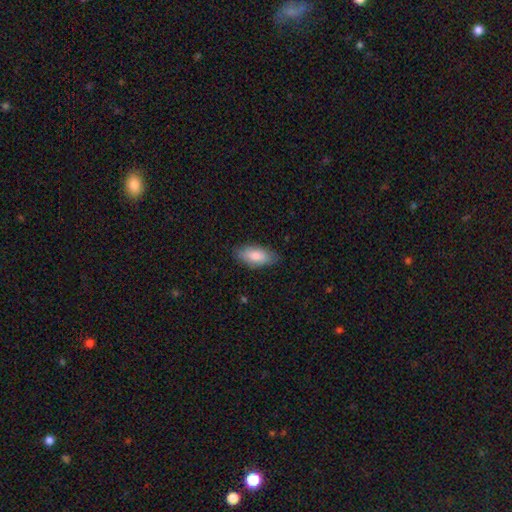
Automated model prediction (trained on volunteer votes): A smooth galaxy with no disk features (83%) that is in between round and cigar-shaped (88%). Merging: none (84%).